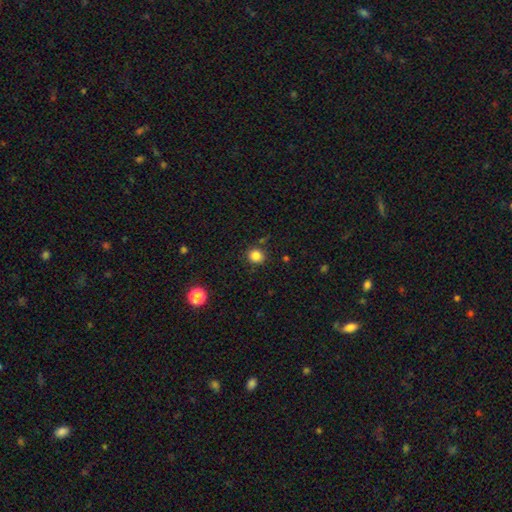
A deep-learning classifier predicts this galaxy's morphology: Smooth or featured? smooth (84%)
How rounded? round (87%)
Merging? none (86%)